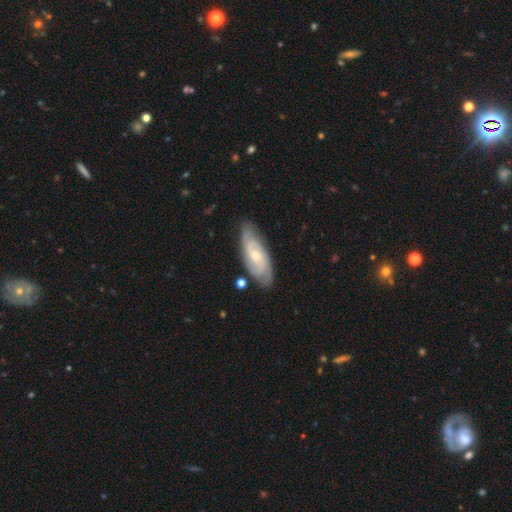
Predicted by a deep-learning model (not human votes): smooth_or_featured: featured or disk (p=0.75) [alt: smooth p=0.20]
disk_edge_on: no (p=0.90) [alt: yes p=0.10]
bar: no (p=0.59) [alt: weak p=0.34]
has_spiral_arms: yes (p=0.94) [alt: no p=0.06]
spiral_winding: tight (p=0.56) [alt: medium p=0.35]
spiral_arm_count: 2 (p=0.39) [alt: can't tell p=0.28]
bulge_size: small (p=0.58) [alt: moderate p=0.37]
merging: none (p=0.78) [alt: minor disturbance p=0.16]